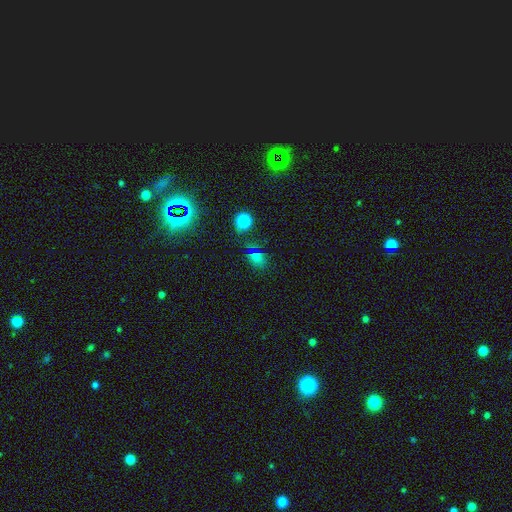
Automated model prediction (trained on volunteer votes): The model was most divided on "how rounded": in between: 50%, round: 47%, cigar-shaped: 3%. More confident: merging — none (69%); smooth or featured — smooth (57%).